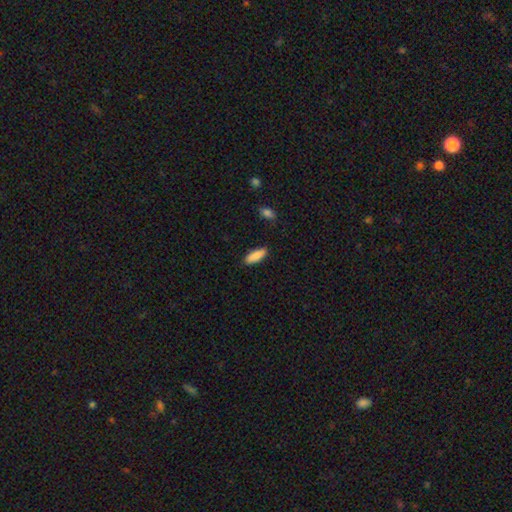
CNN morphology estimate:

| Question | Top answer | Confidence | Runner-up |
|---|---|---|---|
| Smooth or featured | smooth | 89% | star or artifact (6%) |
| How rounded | in between | 60% | cigar-shaped (38%) |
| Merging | none | 87% | minor disturbance (9%) |